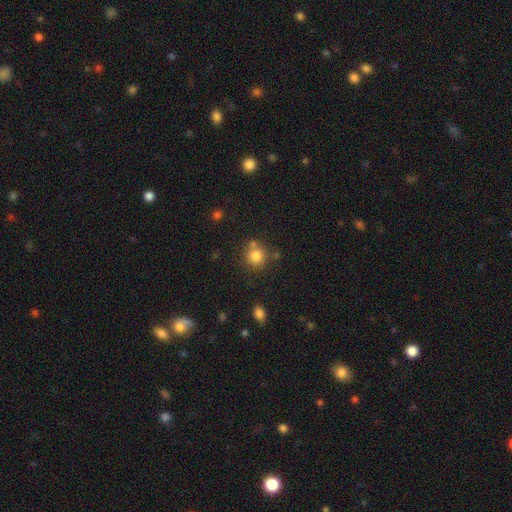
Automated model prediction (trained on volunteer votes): Q: Smooth or featured?
A: smooth (81%); runner-up: star or artifact (12%)
Q: How rounded?
A: round (90%); runner-up: in between (9%)
Q: Merging?
A: none (67%); runner-up: merger (17%)